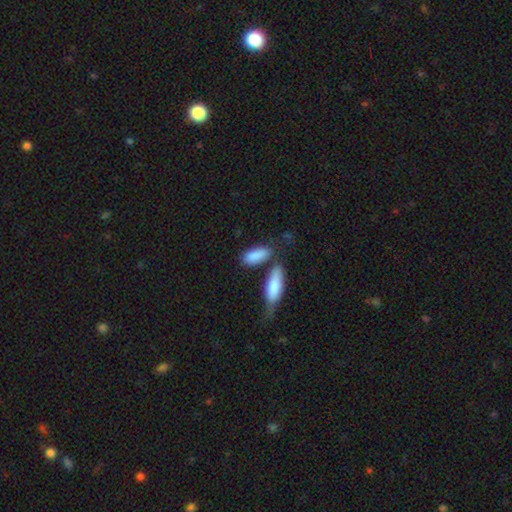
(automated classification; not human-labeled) Smooth or featured: smooth — 87% (featured or disk — 7%)
How rounded: in between — 71% (cigar-shaped — 27%)
Merging: none — 54% (merger — 23%)